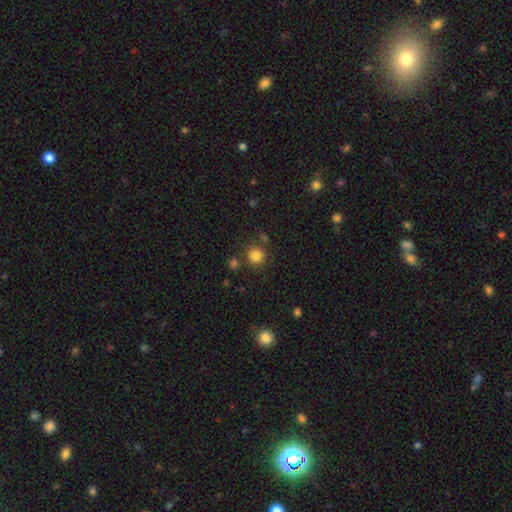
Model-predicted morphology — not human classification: Q: Smooth or featured?
A: smooth (81%); runner-up: star or artifact (13%)
Q: How rounded?
A: round (92%); runner-up: in between (7%)
Q: Merging?
A: none (77%); runner-up: merger (10%)